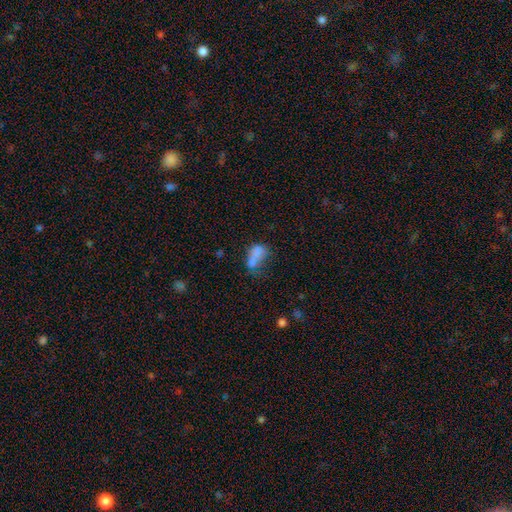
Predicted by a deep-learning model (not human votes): smooth 69%, featured or disk 18%, star or artifact 12%. Down the decision tree: how rounded — in between (84%); merging — merger (34%).